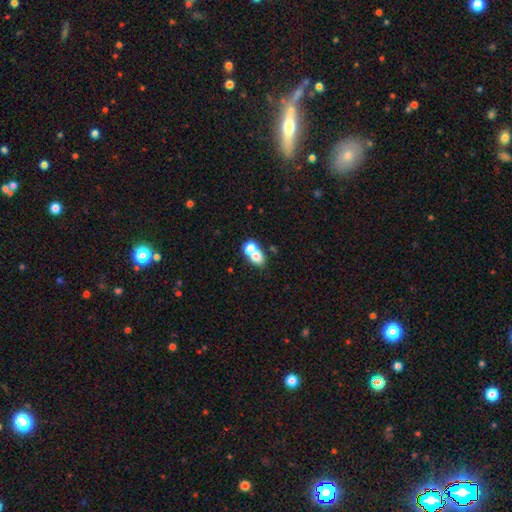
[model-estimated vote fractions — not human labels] Smooth or featured? smooth (70%)
How rounded? in between (54%)
Merging? merger (61%)